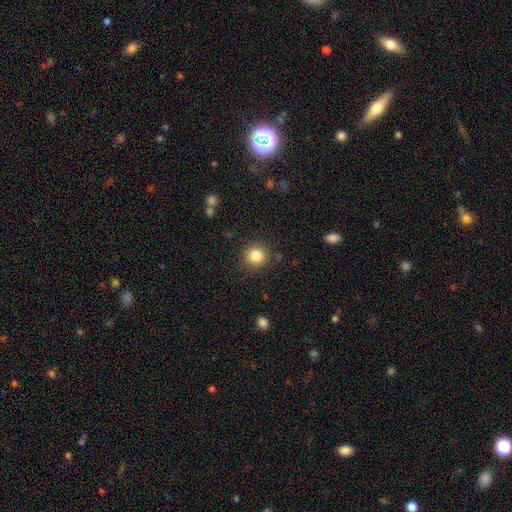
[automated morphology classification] smooth 83%, star or artifact 11%, featured or disk 6%. Down the decision tree: how rounded — round (92%); merging — none (88%).